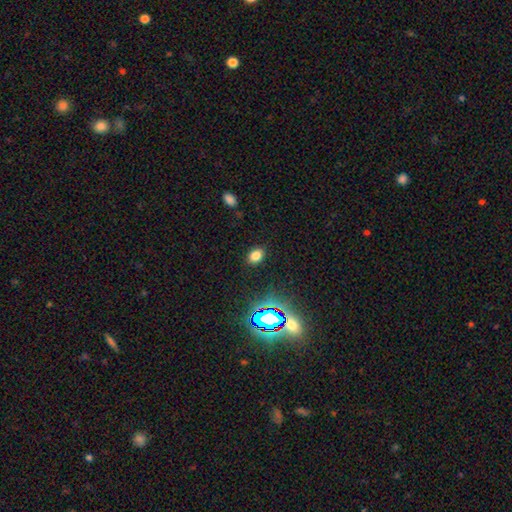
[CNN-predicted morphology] This is likely a smooth galaxy (76%). How rounded: likely in between (73%). Merging: clearly none (88%).